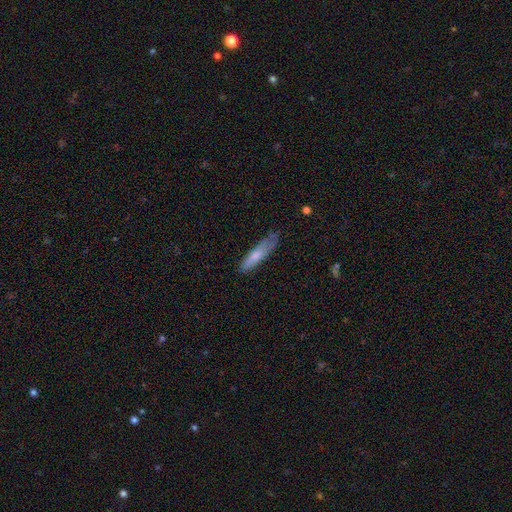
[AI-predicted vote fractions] smooth 71%, featured or disk 23%, star or artifact 6%. Down the decision tree: how rounded — cigar-shaped (80%); merging — none (61%).